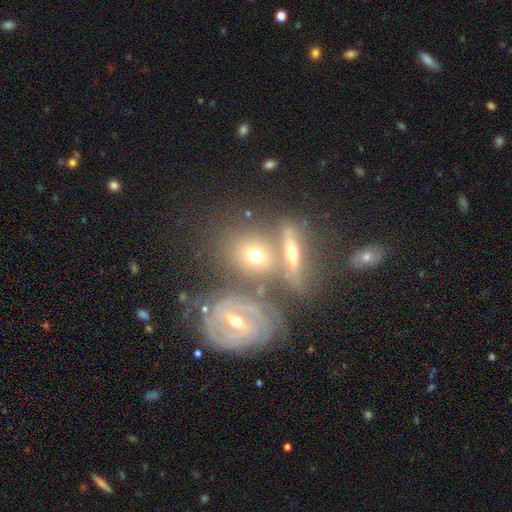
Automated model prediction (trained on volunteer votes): A featured or disk galaxy (53%).

Vote fractions:
- Smooth or featured? featured or disk: 53% / smooth: 37% / star or artifact: 10%
- Edge-on disk? no: 80% / yes: 20%
- Merging? none: 48% / merger: 34% / minor disturbance: 13% / major disturbance: 5%